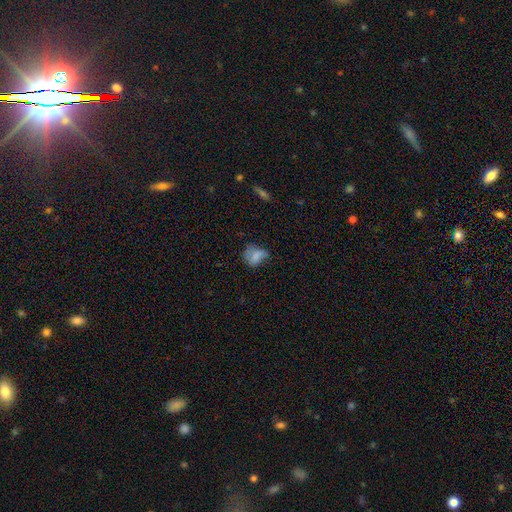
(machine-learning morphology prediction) A smooth galaxy with no disk features (64%) that is in between round and cigar-shaped (58%). Merging: none (36%).